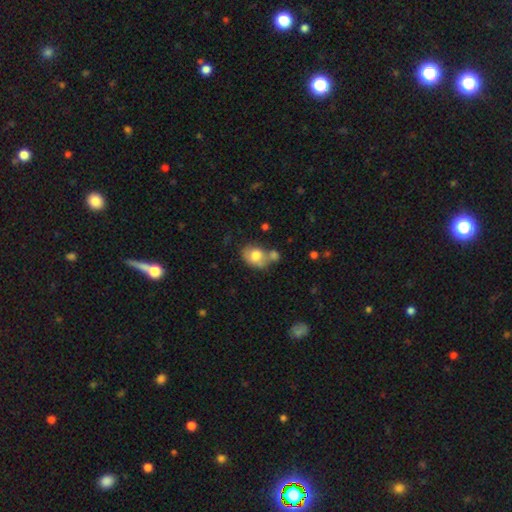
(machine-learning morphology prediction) smooth 73%, featured or disk 19%, star or artifact 8%. Down the decision tree: how rounded — in between (59%); merging — none (40%).